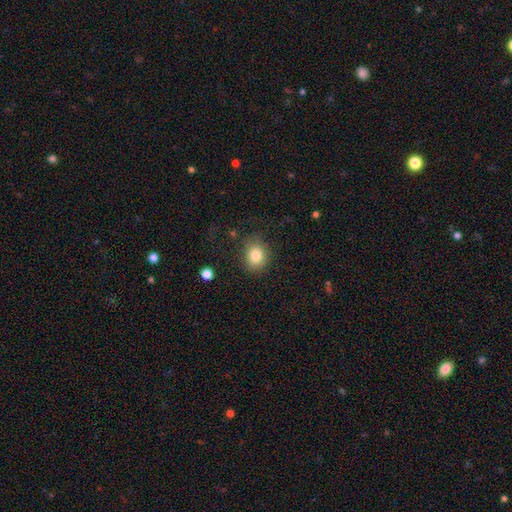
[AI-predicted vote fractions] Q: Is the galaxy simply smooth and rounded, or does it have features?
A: smooth — 81%.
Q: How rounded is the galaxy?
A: round — 60%.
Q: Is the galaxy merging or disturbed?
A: none — 81%.